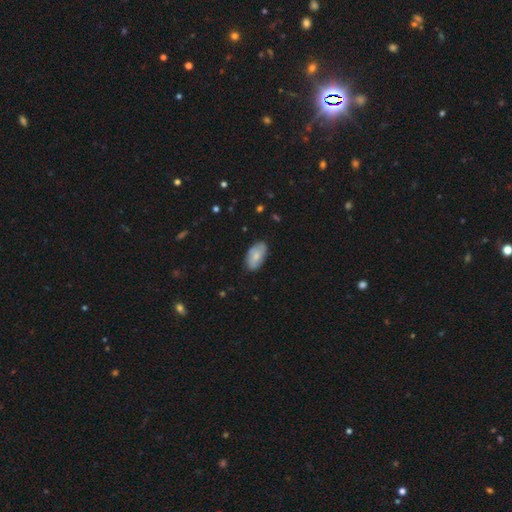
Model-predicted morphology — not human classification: Smooth or featured? Predicted: smooth (p=0.69). How rounded? Predicted: in between (p=0.94). Merging? Predicted: none (p=0.79).